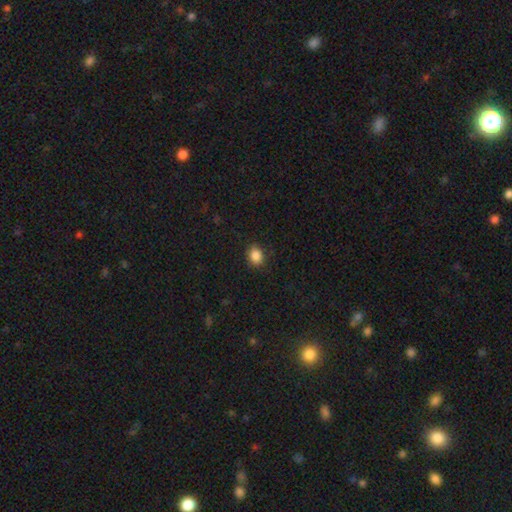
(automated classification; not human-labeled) A smooth galaxy with no disk features (86%) that is round (53%).

Vote fractions:
- Smooth or featured? smooth: 86% / star or artifact: 10% / featured or disk: 4%
- How rounded? round: 53% / in between: 46% / cigar-shaped: 1%
- Merging? none: 86% / minor disturbance: 10% / major disturbance: 2% / merger: 1%